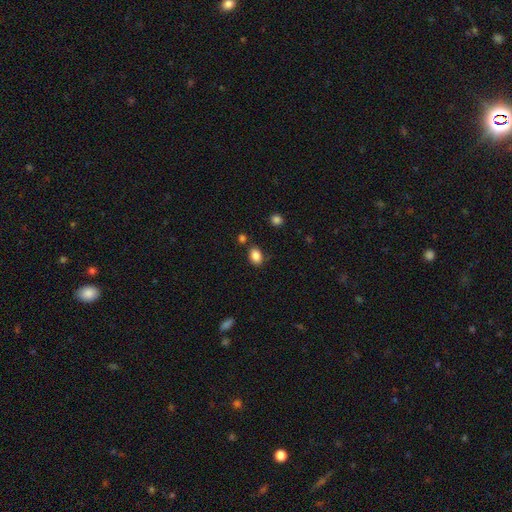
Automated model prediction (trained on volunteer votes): Smooth or featured? Predicted: smooth (p=0.86). How rounded? Predicted: in between (p=0.76). Merging? Predicted: none (p=0.78).